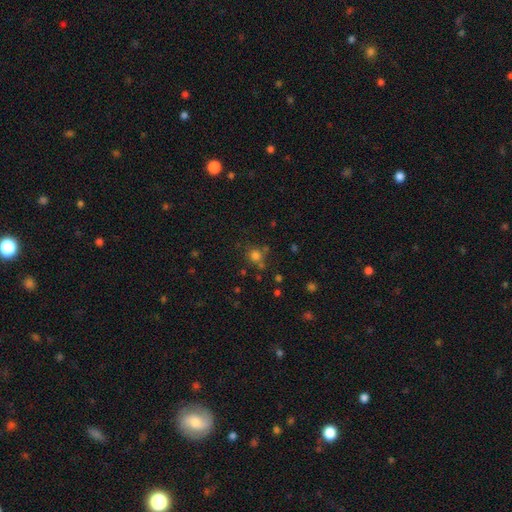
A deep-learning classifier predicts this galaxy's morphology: Smooth or featured? Predicted: smooth (p=0.74). How rounded? Predicted: round (p=0.89). Merging? Predicted: none (p=0.70).